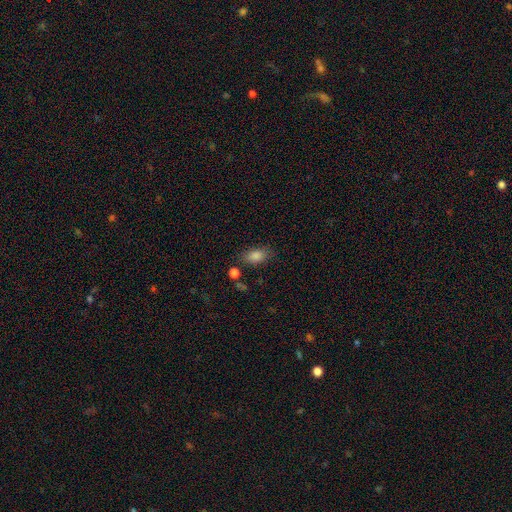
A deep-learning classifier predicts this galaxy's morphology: Smooth or featured? smooth (83%)
How rounded? in between (86%)
Merging? none (77%)